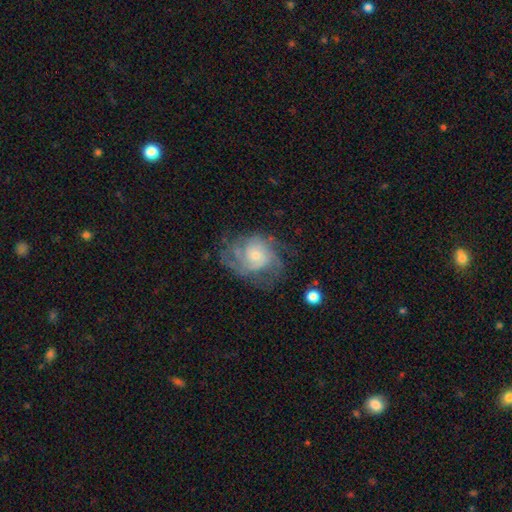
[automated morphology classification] smooth_or_featured: featured or disk (p=0.79) [alt: smooth p=0.13]
disk_edge_on: no (p=0.97) [alt: yes p=0.03]
bar: no (p=0.75) [alt: weak p=0.21]
has_spiral_arms: yes (p=0.92) [alt: no p=0.08]
spiral_winding: tight (p=0.48) [alt: medium p=0.38]
spiral_arm_count: can't tell (p=0.36) [alt: 3 p=0.20]
bulge_size: small (p=0.63) [alt: moderate p=0.31]
merging: none (p=0.62) [alt: minor disturbance p=0.20]